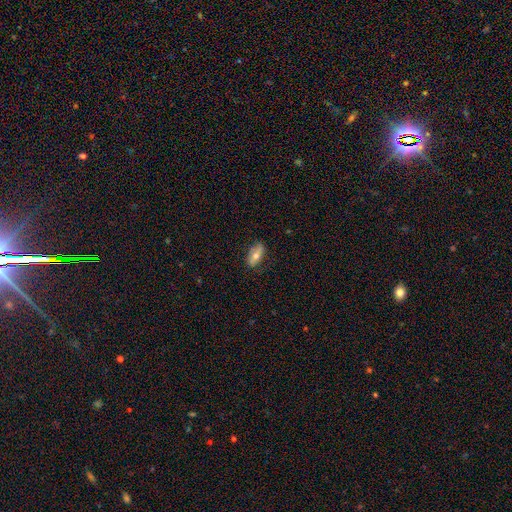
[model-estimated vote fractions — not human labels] This appears to be a smooth galaxy with no disk features (60%) that is in between round and cigar-shaped (84%). Merging: none (78%).